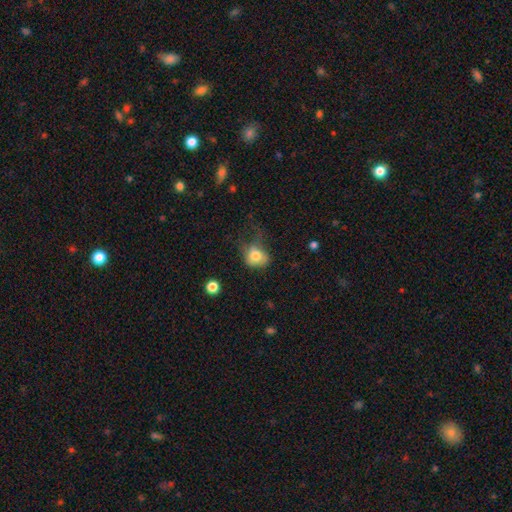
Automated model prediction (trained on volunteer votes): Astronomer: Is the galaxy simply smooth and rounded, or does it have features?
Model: smooth — 77%.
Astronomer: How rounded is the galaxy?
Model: round — 54% (runner-up: in between, 45%).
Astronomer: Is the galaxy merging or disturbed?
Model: major disturbance — 36% (runner-up: minor disturbance, 31%).